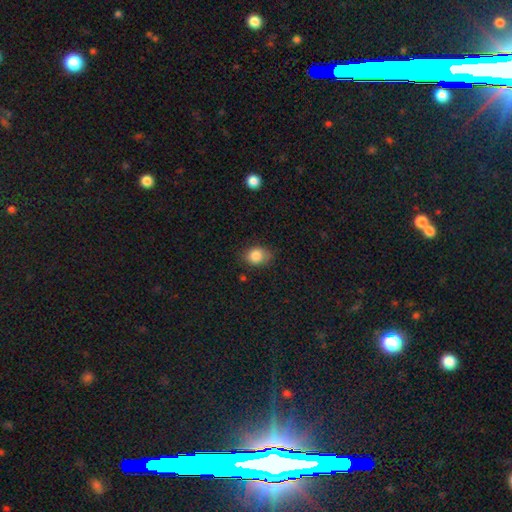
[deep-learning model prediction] The model was most divided on "how rounded": in between: 53%, round: 46%, cigar-shaped: 1%. More confident: smooth or featured — smooth (85%); merging — none (70%).